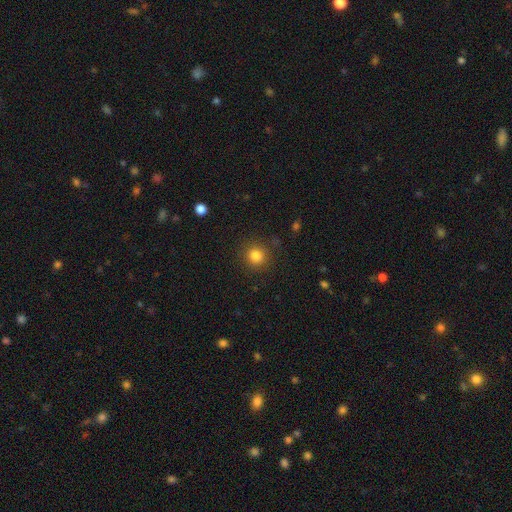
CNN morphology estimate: Smooth or featured?
  - smooth: 83% *
  - star or artifact: 12%
  - featured or disk: 5%
How rounded?
  - round: 91% *
  - in between: 8%
  - cigar-shaped: 1%
Merging?
  - none: 88% *
  - minor disturbance: 7%
  - major disturbance: 3%
  - merger: 1%